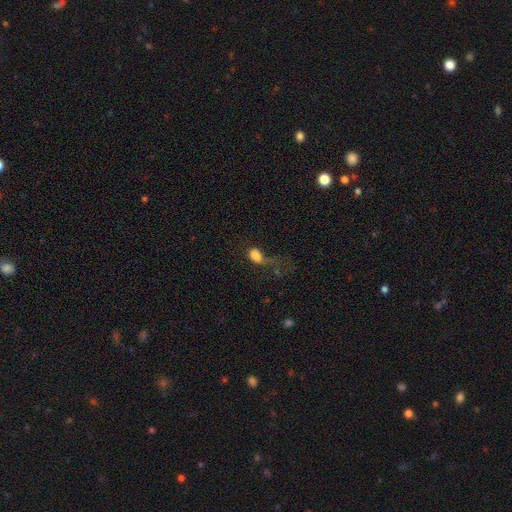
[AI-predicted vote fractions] smooth 75%, featured or disk 14%, star or artifact 11%. Down the decision tree: how rounded — in between (80%); merging — major disturbance (55%).